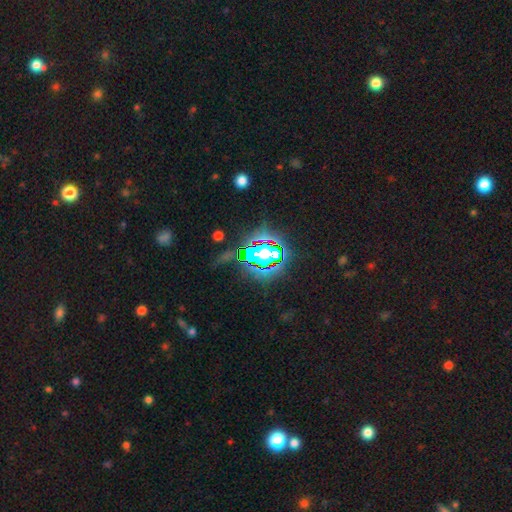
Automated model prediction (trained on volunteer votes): Smooth or featured? Predicted: star or artifact (p=0.74).